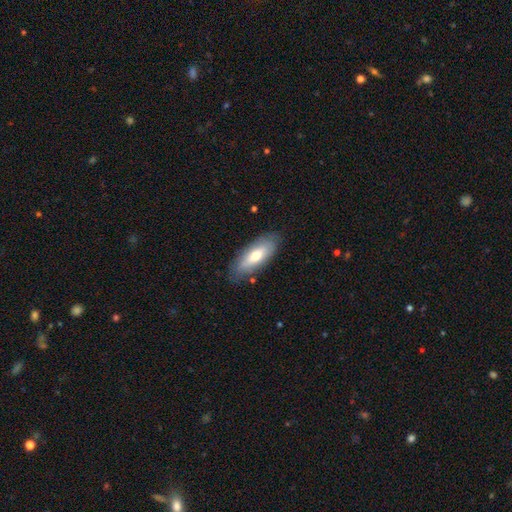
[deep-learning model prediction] This is likely a smooth galaxy (64%). How rounded: likely in between (74%). Merging: clearly none (81%).